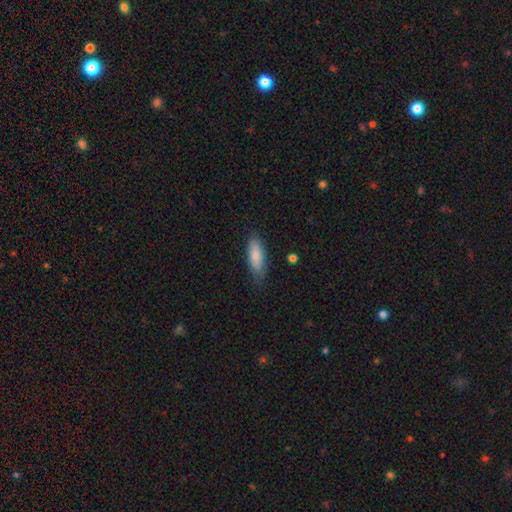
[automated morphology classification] The model was most divided on "how rounded": in between: 68%, cigar-shaped: 30%, round: 2%. More confident: smooth or featured — smooth (83%); merging — none (76%).